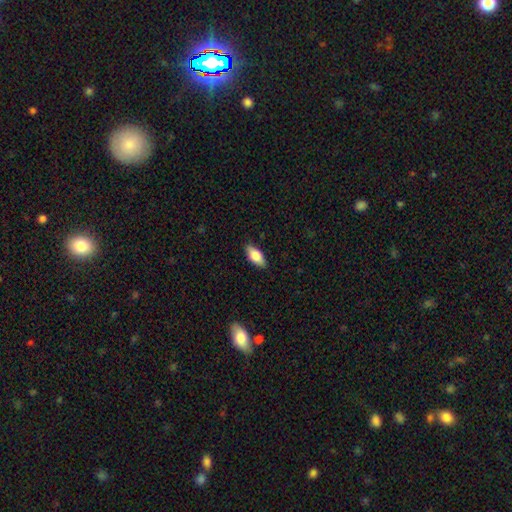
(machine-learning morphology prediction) A smooth galaxy with no disk features (78%) that is in between round and cigar-shaped (88%). Merging: none (87%).